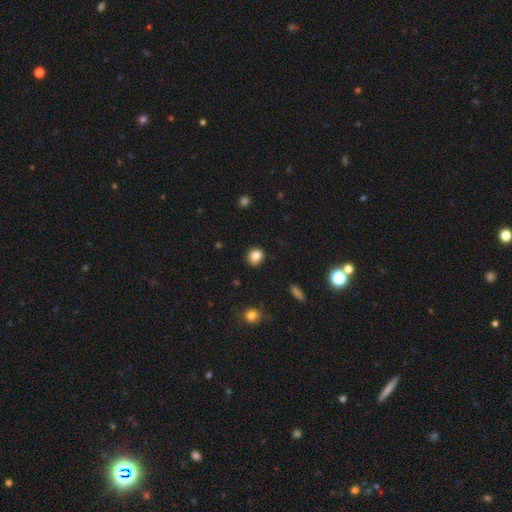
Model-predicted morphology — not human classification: This appears to be a smooth galaxy with no disk features (84%) that is round (77%). Merging: none (86%).